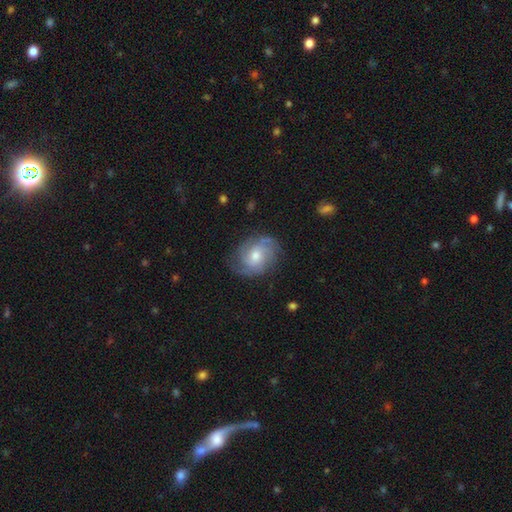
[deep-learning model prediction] The model was most divided on "spiral arm count": 3: 28%, can't tell: 27%, 2: 24%, 4: 11%, 1: 5%, more than 4: 5%. Remaining: edge-on disk — no (97%); spiral arms — yes (94%); smooth or featured — featured or disk (77%); merging — none (75%); bar — no (63%); bulge size — moderate (62%); spiral winding — tight (48%).